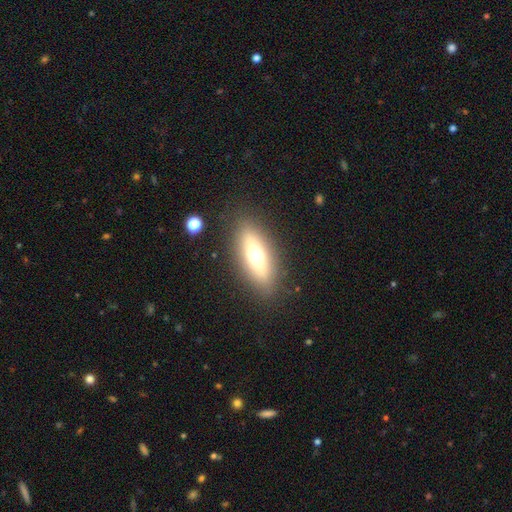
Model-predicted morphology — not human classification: The model was most divided on "smooth or featured": smooth: 57%, featured or disk: 34%, star or artifact: 9%. More confident: merging — none (86%); how rounded — in between (62%).